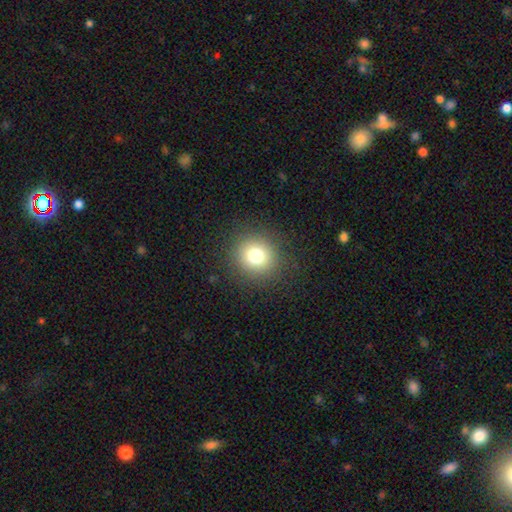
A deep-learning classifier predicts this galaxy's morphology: smooth-or-featured: smooth: 77% | star or artifact: 14% | featured or disk: 9%
  how-rounded: round: 91% | in between: 8% | cigar-shaped: 1%
  merging: none: 89% | minor disturbance: 6% | major disturbance: 3% | merger: 1%